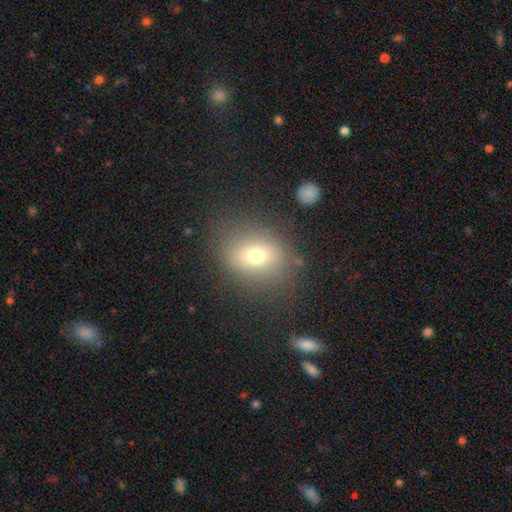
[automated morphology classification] A smooth galaxy with no disk features (67%) that is round (56%). Merging: none (77%).